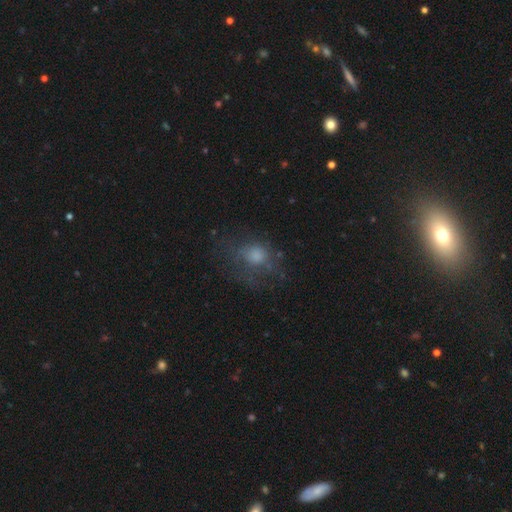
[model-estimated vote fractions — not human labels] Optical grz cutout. It shows a smooth galaxy with no disk features (60%) that is round (65%). Merging: none (51%).